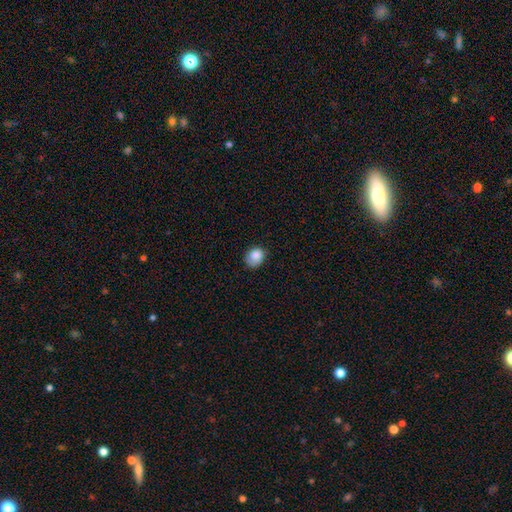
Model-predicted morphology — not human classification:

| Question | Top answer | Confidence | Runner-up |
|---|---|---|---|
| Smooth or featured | smooth | 84% | star or artifact (9%) |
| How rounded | round | 51% | in between (48%) |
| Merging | none | 63% | minor disturbance (28%) |